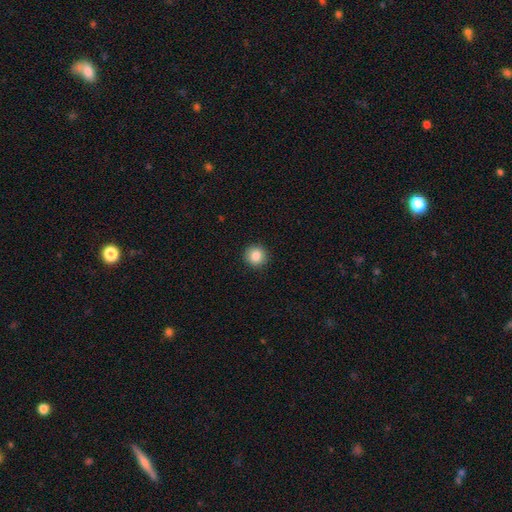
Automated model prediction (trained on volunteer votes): Smooth or featured? smooth (86%)
How rounded? round (93%)
Merging? none (91%)